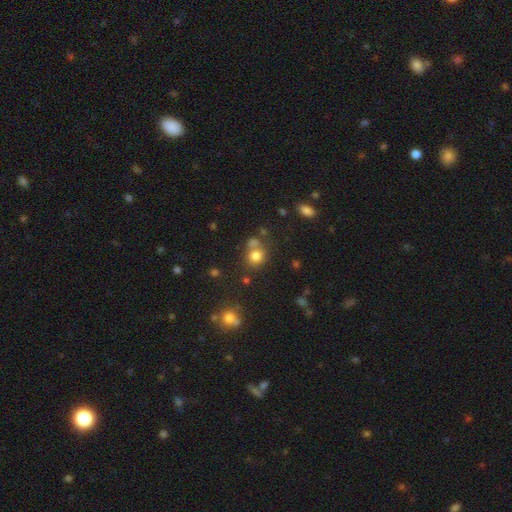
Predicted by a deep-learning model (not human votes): Smooth or featured: smooth — 77% (star or artifact — 15%)
How rounded: round — 80% (in between — 19%)
Merging: none — 57% (merger — 26%)